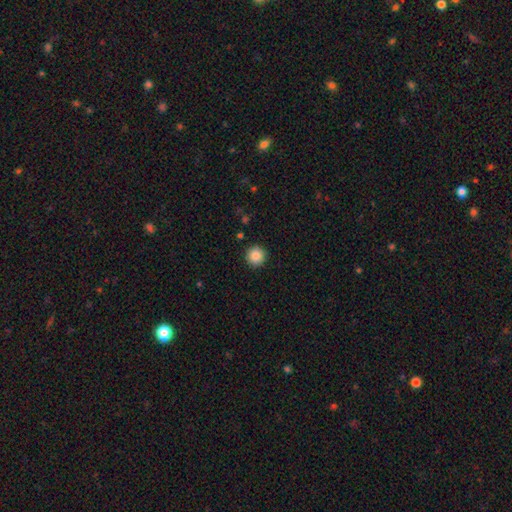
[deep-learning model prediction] This is clearly a smooth galaxy (87%). How rounded: clearly round (96%). Merging: clearly none (92%).